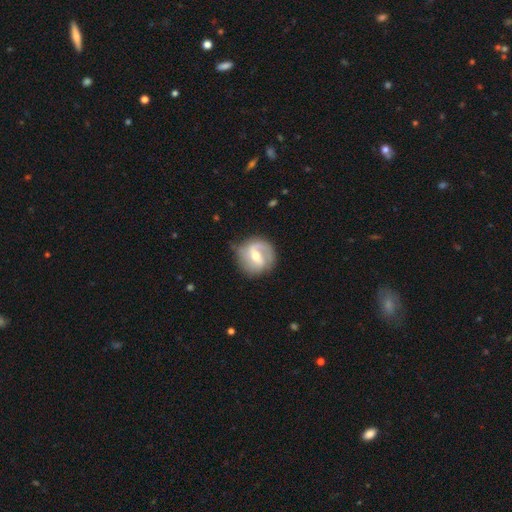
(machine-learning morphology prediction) This is likely a featured or disk galaxy (76%). It is clearly not viewed edge-on (97%). Bar: possibly weak (51%). Spiral arm pattern: clearly yes (89%). Spiral arm count: likely 2 (76%). Spiral winding: marginally medium (44%). Central bulge: likely moderate (62%). Merging: likely none (73%).